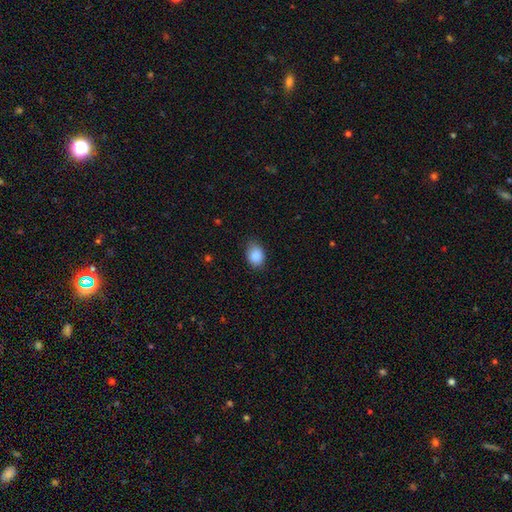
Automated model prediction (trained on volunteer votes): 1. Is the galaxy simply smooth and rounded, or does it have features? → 89% smooth, 8% star or artifact, 4% featured or disk.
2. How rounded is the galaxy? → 67% in between, 32% round, 1% cigar-shaped.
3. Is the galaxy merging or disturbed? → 73% none, 22% minor disturbance, 4% major disturbance, 1% merger.